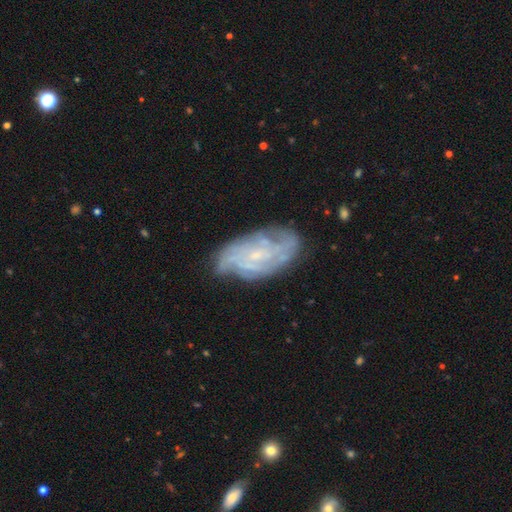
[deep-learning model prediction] Overall: featured or disk (78%). Edge-on disk: no (94%). Bar: no (55%; weak 37%). Spiral arms: yes (90%). Spiral arm count: can't tell (44%; 4 16%). Spiral winding: tight (60%; medium 31%). Bulge size: small (74%). Merging: none (71%).